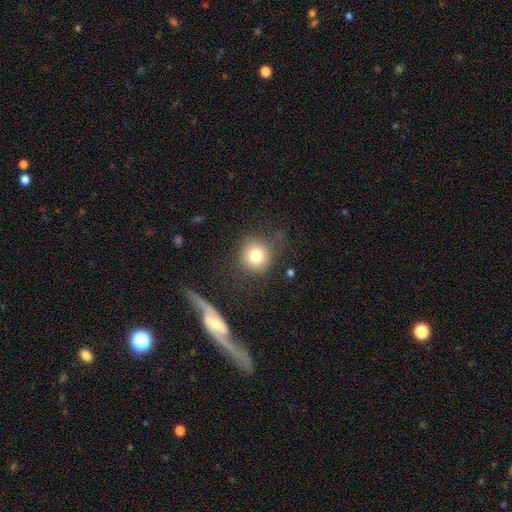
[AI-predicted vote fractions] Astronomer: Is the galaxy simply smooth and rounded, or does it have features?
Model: smooth — 80%.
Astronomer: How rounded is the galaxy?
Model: round — 91%.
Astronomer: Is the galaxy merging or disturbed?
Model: none — 78%.